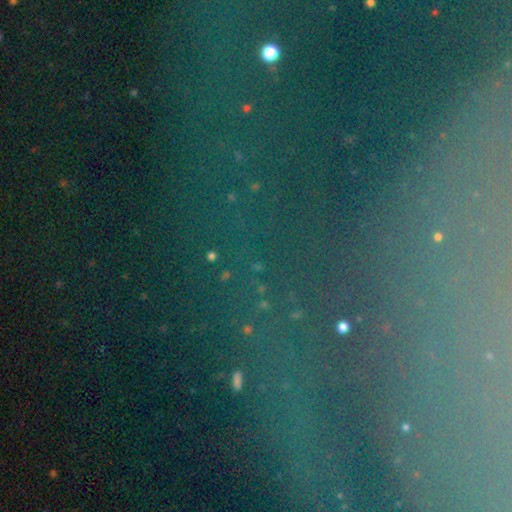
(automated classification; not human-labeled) Smooth or featured: star or artifact — 68% (featured or disk — 17%)